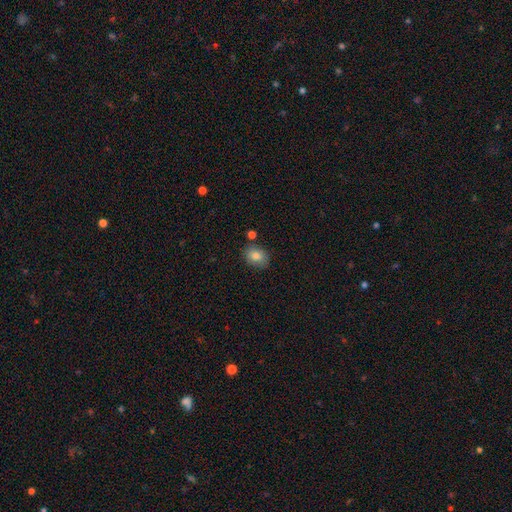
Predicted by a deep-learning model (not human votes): Overall: smooth (83%). How rounded: in between (60%; round 39%). Merging: none (78%).